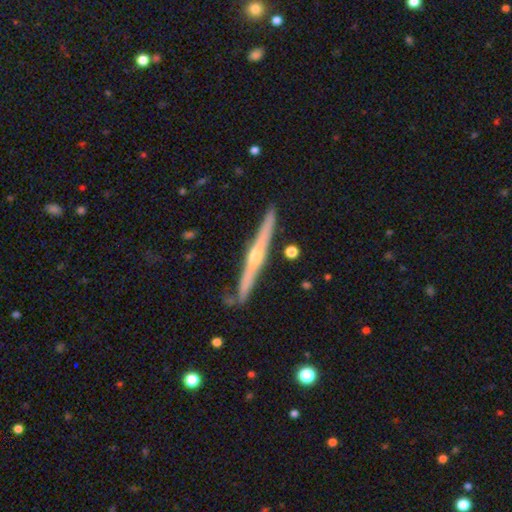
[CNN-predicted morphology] This appears to be a featured or disk galaxy (80%) viewed edge-on (98%) with a rounded central bulge (85%). Merging: none (86%).